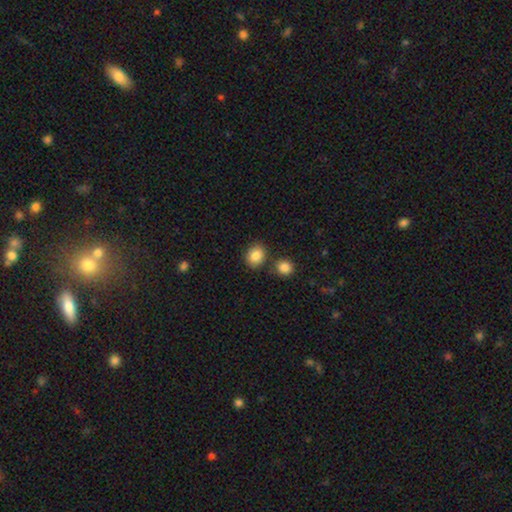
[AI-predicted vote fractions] Morphology: type=smooth (86%); roundness=round (57%); merging=none (74%).